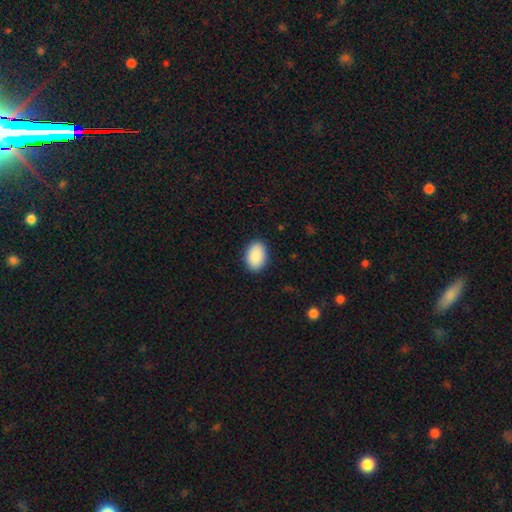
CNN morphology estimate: Smooth or featured?
  - smooth: 91% *
  - star or artifact: 6%
  - featured or disk: 3%
How rounded?
  - in between: 85% *
  - round: 14%
  - cigar-shaped: 1%
Merging?
  - none: 89% *
  - minor disturbance: 8%
  - major disturbance: 2%
  - merger: 1%